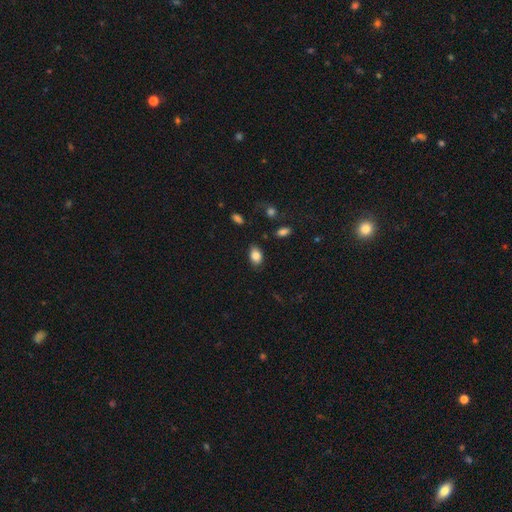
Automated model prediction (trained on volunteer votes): smooth 85%, star or artifact 9%, featured or disk 6%. Down the decision tree: how rounded — in between (84%); merging — none (80%).